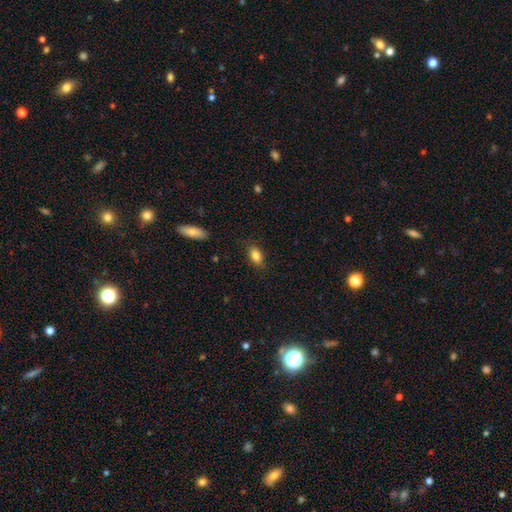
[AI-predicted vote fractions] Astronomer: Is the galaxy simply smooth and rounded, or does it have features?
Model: smooth — 85%.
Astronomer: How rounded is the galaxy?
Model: in between — 86%.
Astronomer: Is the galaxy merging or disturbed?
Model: none — 82%.